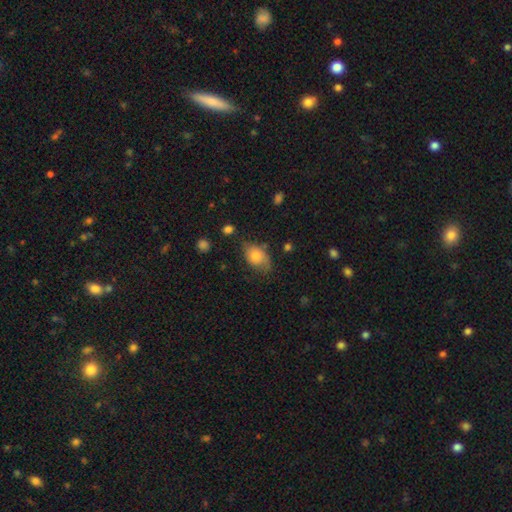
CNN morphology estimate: A smooth galaxy with no disk features (73%) that is in between round and cigar-shaped (85%). Merging: none (58%).